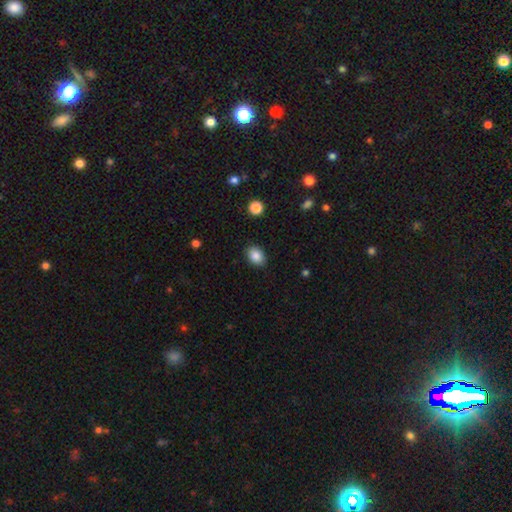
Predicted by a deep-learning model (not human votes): The model was most divided on "how rounded": in between: 71%, round: 28%, cigar-shaped: 1%. More confident: merging — none (88%); smooth or featured — smooth (87%).